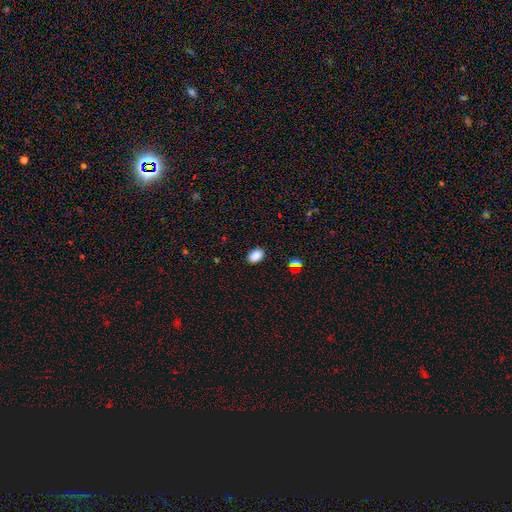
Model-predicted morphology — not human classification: This appears to be a smooth galaxy with no disk features (87%) that is in between round and cigar-shaped (86%). Merging: none (88%).